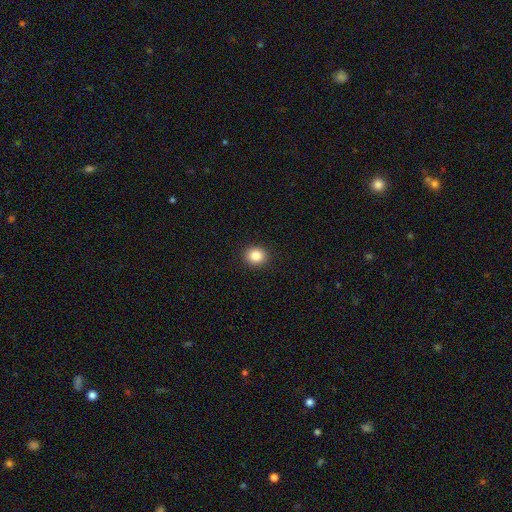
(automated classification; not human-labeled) Smooth or featured?
  - smooth: 85% *
  - star or artifact: 10%
  - featured or disk: 5%
How rounded?
  - round: 80% *
  - in between: 19%
  - cigar-shaped: 1%
Merging?
  - none: 92% *
  - minor disturbance: 5%
  - major disturbance: 2%
  - merger: 1%